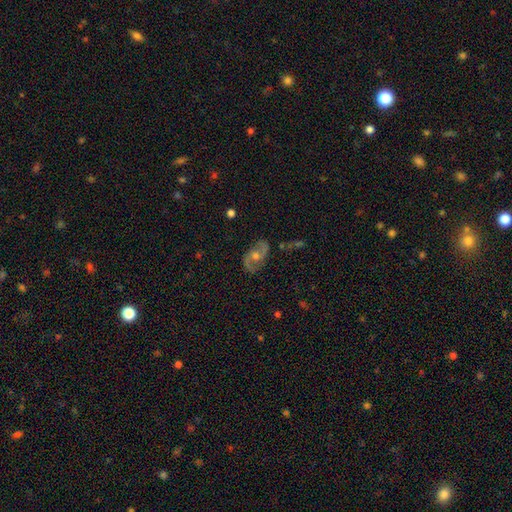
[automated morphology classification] Q: Smooth or featured?
A: featured or disk (81%); runner-up: smooth (11%)
Q: Edge-on disk?
A: no (96%); runner-up: yes (4%)
Q: Bar?
A: no (64%); runner-up: weak (30%)
Q: Spiral arms?
A: yes (92%); runner-up: no (8%)
Q: Spiral winding?
A: medium (51%); runner-up: loose (29%)
Q: Spiral arm count?
A: 2 (90%); runner-up: can't tell (4%)
Q: Bulge size?
A: moderate (69%); runner-up: small (22%)
Q: Merging?
A: none (80%); runner-up: minor disturbance (13%)